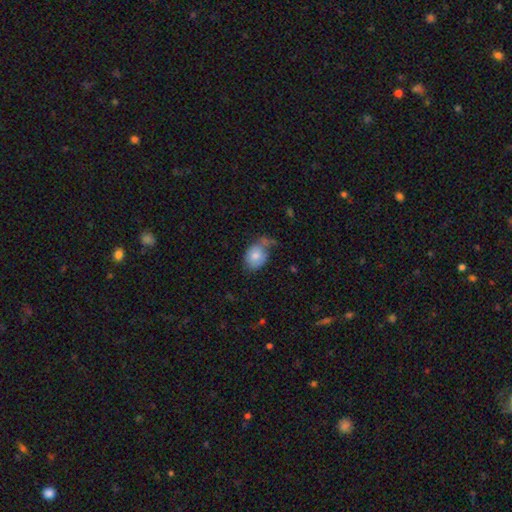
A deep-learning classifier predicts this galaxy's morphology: smooth 78%, featured or disk 14%, star or artifact 8%. Down the decision tree: how rounded — in between (54%); merging — none (42%).